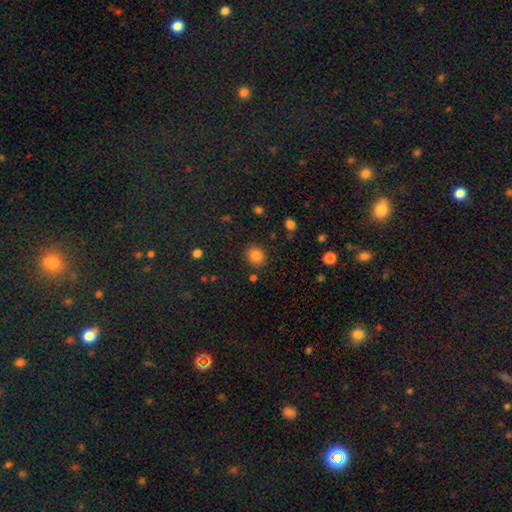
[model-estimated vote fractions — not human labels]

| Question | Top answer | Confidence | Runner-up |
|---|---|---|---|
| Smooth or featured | smooth | 84% | star or artifact (11%) |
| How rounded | round | 81% | in between (18%) |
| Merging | none | 86% | minor disturbance (8%) |